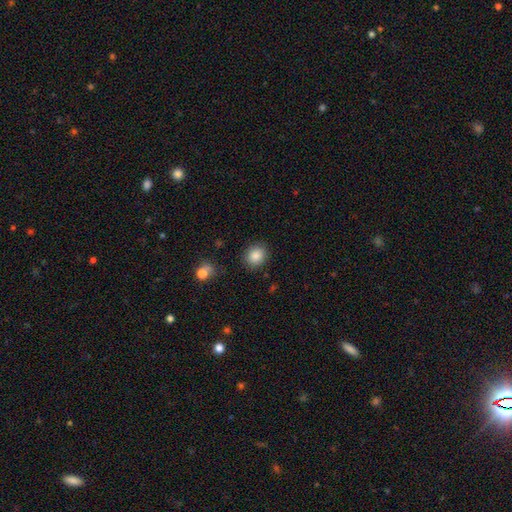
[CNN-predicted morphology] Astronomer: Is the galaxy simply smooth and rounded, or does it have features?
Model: smooth — 86%.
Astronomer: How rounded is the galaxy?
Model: round — 68%.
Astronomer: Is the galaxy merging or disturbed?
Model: none — 87%.